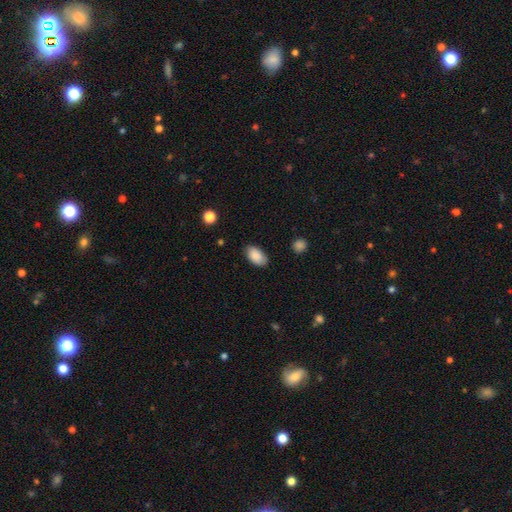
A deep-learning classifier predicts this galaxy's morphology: Smooth or featured? Predicted: smooth (p=0.88). How rounded? Predicted: in between (p=0.94). Merging? Predicted: none (p=0.82).